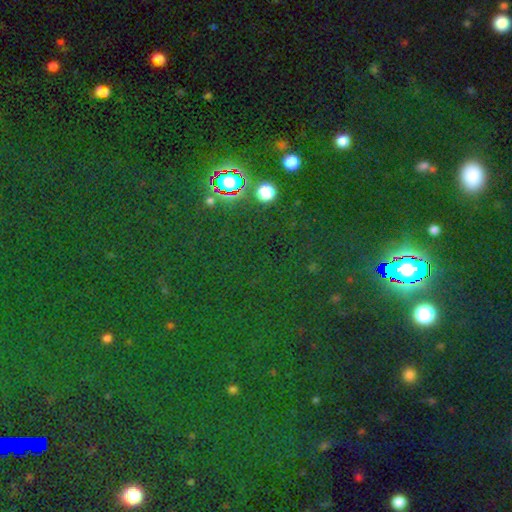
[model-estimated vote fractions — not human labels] Smooth or featured: star or artifact — 79% (smooth — 13%)